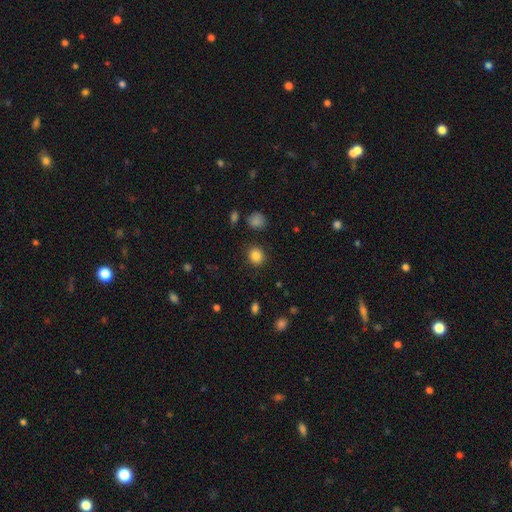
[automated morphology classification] This appears to be a smooth galaxy with no disk features (85%) that is round (86%). Merging: none (89%).